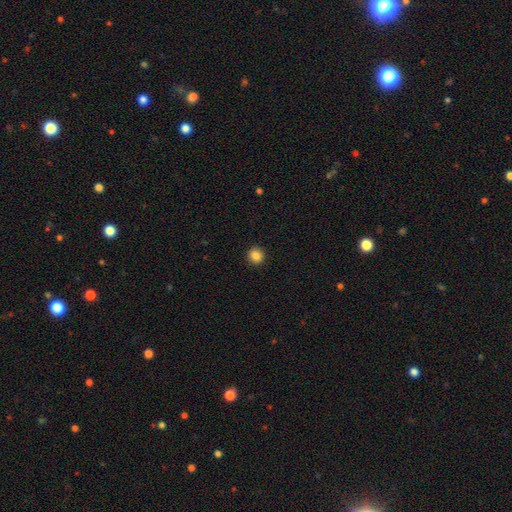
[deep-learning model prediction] The model was most divided on "smooth or featured": smooth: 86%, star or artifact: 10%, featured or disk: 4%. More confident: merging — none (92%); how rounded — round (91%).